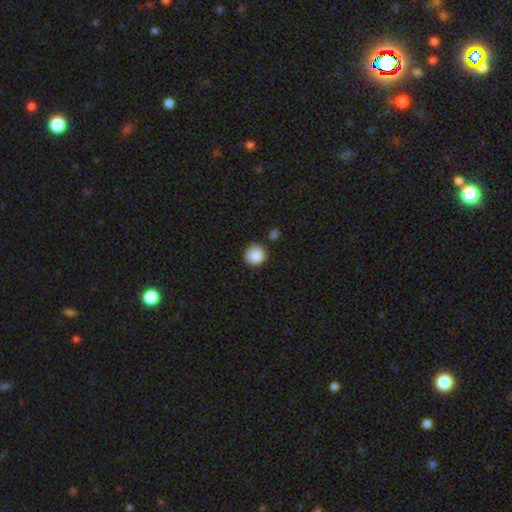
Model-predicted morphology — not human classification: Smooth or featured? Predicted: smooth (p=0.88). How rounded? Predicted: round (p=0.93). Merging? Predicted: none (p=0.81).